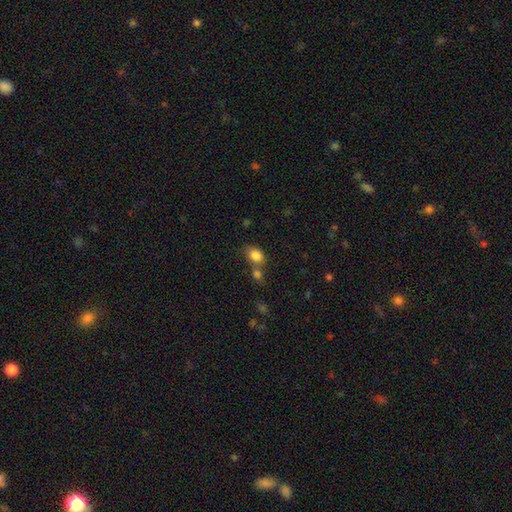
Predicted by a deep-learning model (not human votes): smooth 85%, star or artifact 9%, featured or disk 6%. Down the decision tree: how rounded — in between (69%); merging — none (52%).